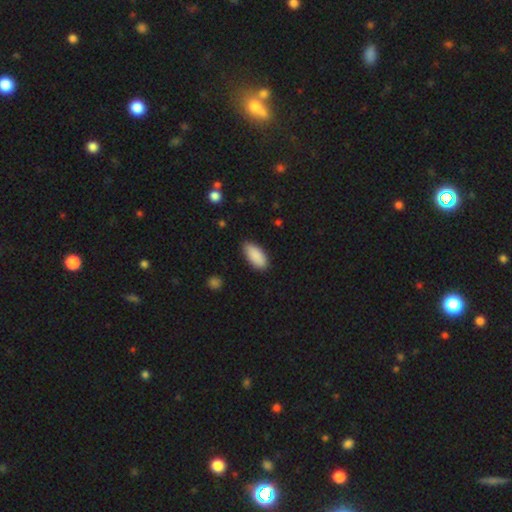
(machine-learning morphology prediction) type=smooth (90%); roundness=in between (90%); merging=none (85%).